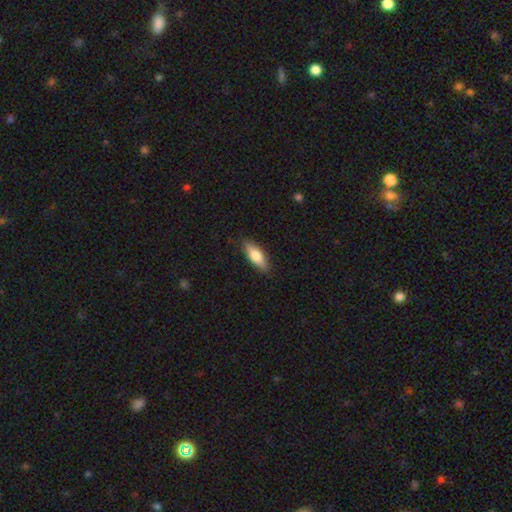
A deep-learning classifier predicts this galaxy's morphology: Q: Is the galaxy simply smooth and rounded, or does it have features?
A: smooth — 74%.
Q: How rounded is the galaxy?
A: in between — 60%.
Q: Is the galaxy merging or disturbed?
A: none — 87%.